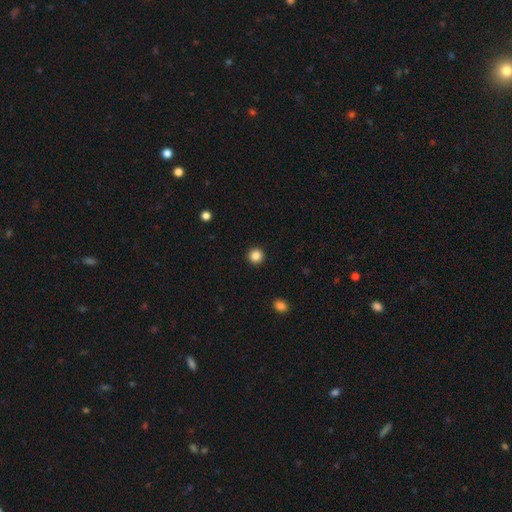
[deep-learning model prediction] Smooth or featured? smooth (85%)
How rounded? round (96%)
Merging? none (93%)